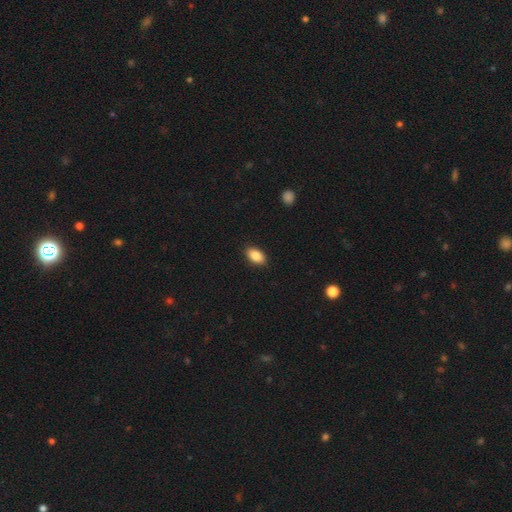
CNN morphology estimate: A smooth galaxy with no disk features (86%) that is in between round and cigar-shaped (91%).

Vote fractions:
- Smooth or featured? smooth: 86% / star or artifact: 8% / featured or disk: 6%
- How rounded? in between: 91% / round: 6% / cigar-shaped: 2%
- Merging? none: 89% / minor disturbance: 8% / major disturbance: 2% / merger: 1%